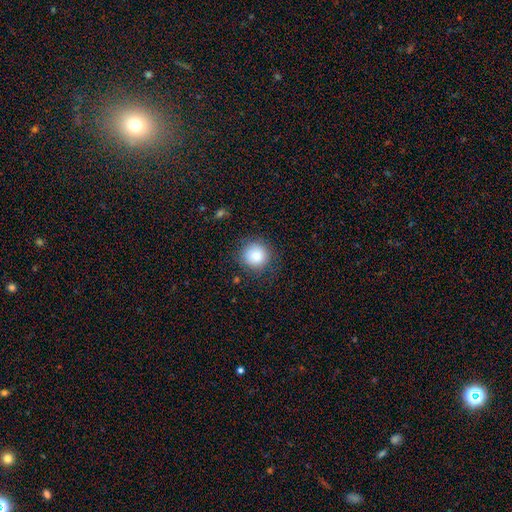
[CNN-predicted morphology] A smooth galaxy with no disk features (85%) that is round (94%). Merging: none (85%).